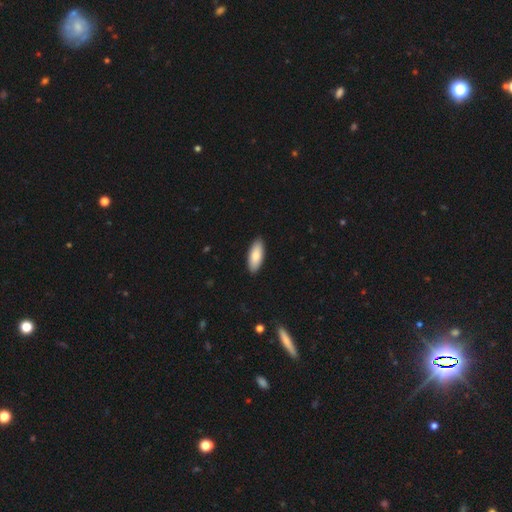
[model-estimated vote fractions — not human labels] A smooth galaxy with no disk features (85%) that is in between round and cigar-shaped (81%). Merging: none (90%).